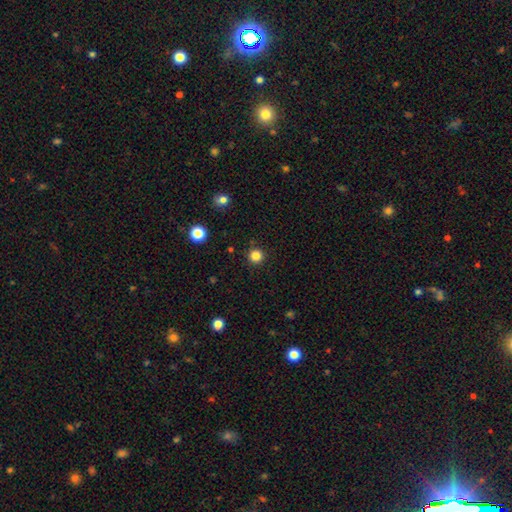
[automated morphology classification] Overall: smooth (84%). How rounded: round (96%). Merging: none (92%).